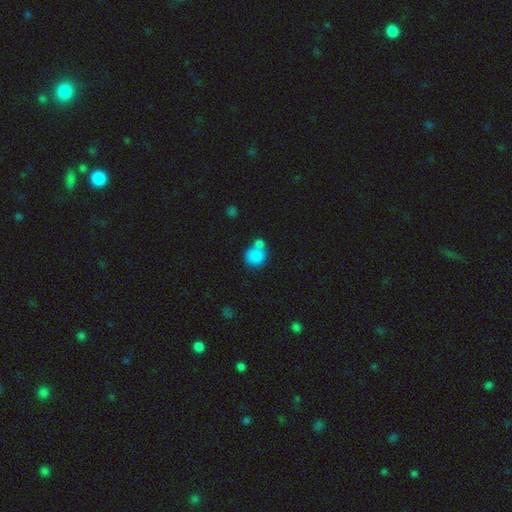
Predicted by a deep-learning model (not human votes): A smooth galaxy with no disk features (85%) that is round (85%). Merging: none (49%).